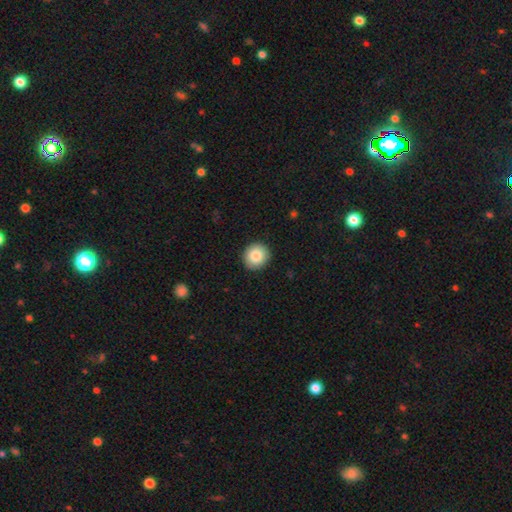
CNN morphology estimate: A smooth galaxy with no disk features (84%) that is round (89%).

Vote fractions:
- Smooth or featured? smooth: 84% / star or artifact: 8% / featured or disk: 8%
- How rounded? round: 89% / in between: 10% / cigar-shaped: 1%
- Merging? none: 91% / minor disturbance: 6% / major disturbance: 2% / merger: 1%